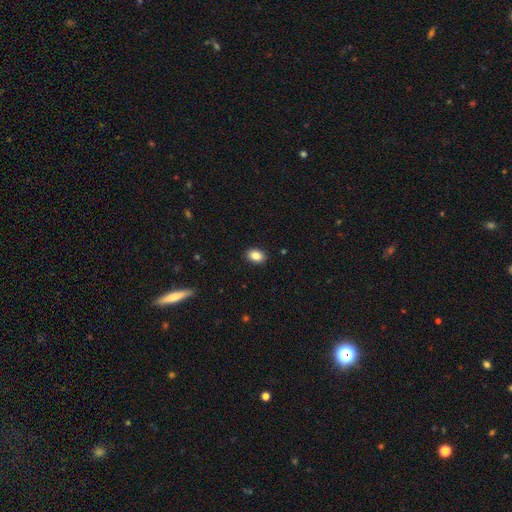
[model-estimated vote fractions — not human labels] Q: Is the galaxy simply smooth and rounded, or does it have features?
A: smooth — 86%.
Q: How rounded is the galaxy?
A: in between — 78%.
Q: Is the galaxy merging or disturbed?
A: none — 90%.